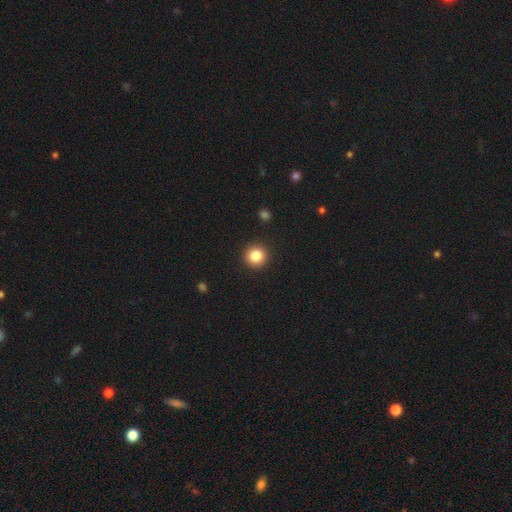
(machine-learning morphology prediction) smooth 84%, star or artifact 11%, featured or disk 5%. Down the decision tree: how rounded — round (94%); merging — none (93%).